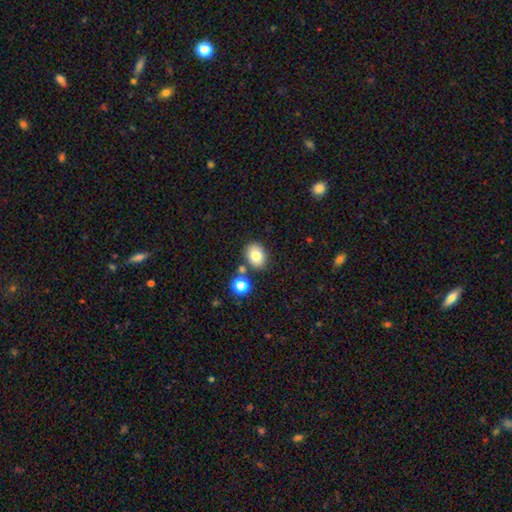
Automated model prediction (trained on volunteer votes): Smooth or featured? Predicted: smooth (p=0.79). How rounded? Predicted: in between (p=0.58). Merging? Predicted: none (p=0.78).